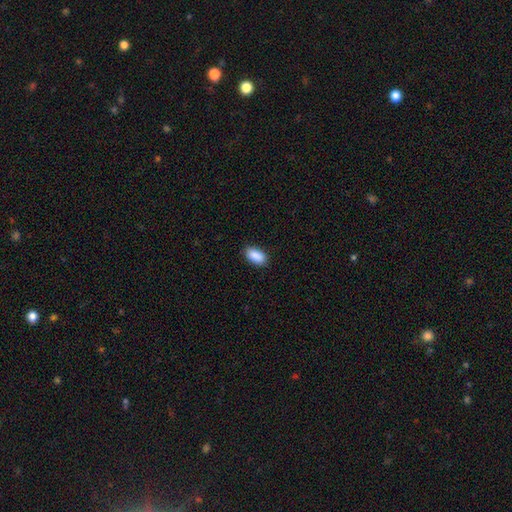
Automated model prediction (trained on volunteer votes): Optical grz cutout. It shows a smooth galaxy with no disk features (90%) that is in between round and cigar-shaped (93%). Merging: none (88%).